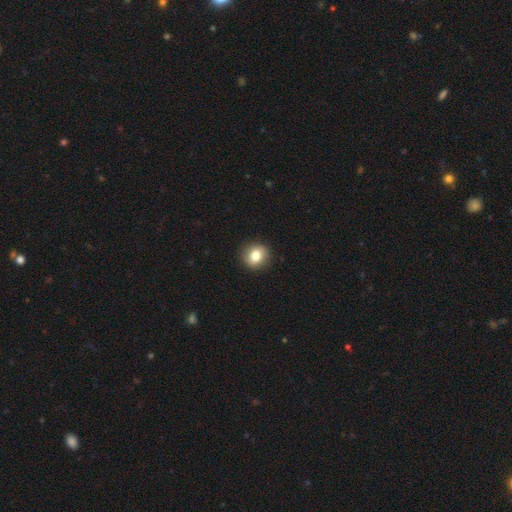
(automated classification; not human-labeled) smooth_or_featured: smooth (p=0.79) [alt: featured or disk p=0.11]
how_rounded: round (p=0.88) [alt: in between p=0.11]
merging: none (p=0.91) [alt: minor disturbance p=0.06]